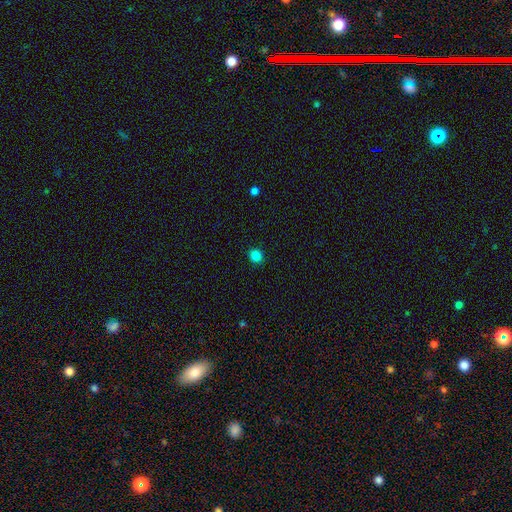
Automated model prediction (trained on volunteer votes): Smooth or featured? smooth (84%)
How rounded? round (80%)
Merging? none (91%)